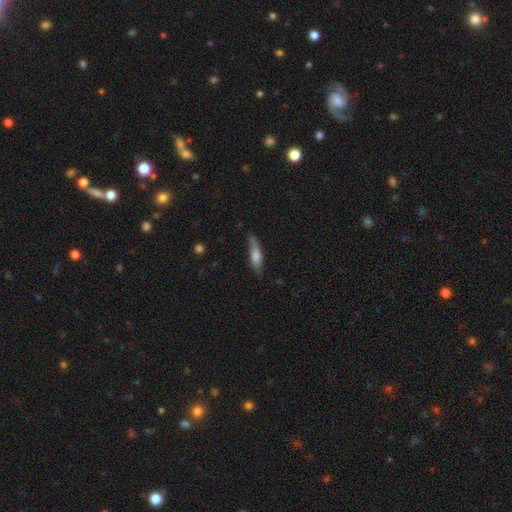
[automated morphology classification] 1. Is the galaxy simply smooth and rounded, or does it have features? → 66% smooth, 28% featured or disk, 6% star or artifact.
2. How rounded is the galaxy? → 68% cigar-shaped, 30% in between, 2% round.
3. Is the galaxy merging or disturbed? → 70% none, 23% minor disturbance, 5% major disturbance, 2% merger.